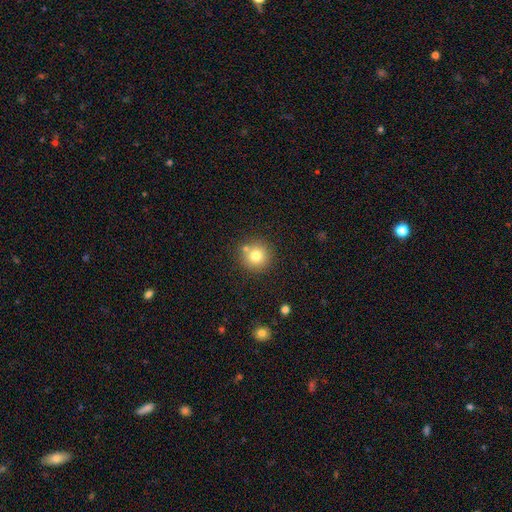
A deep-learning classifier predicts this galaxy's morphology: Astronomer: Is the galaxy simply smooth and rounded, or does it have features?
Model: smooth — 77%.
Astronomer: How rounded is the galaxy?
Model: round — 94%.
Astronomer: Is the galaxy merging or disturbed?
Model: none — 78%.